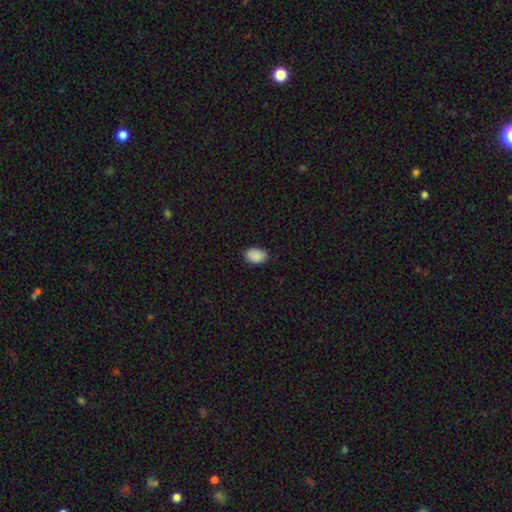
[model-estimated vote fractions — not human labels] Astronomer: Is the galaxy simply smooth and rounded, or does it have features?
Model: smooth — 88%.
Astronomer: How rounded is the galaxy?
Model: in between — 86%.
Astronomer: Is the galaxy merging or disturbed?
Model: none — 83%.